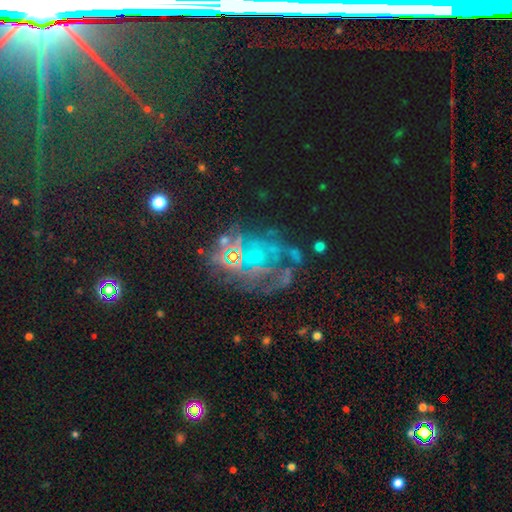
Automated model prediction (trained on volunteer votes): Smooth or featured: featured or disk — 54% (star or artifact — 30%)
Edge-on disk: no — 97% (yes — 3%)
Bar: no — 76% (weak — 18%)
Spiral arms: yes — 54% (no — 46%)
Bulge size: small — 34% (none — 31%)
Merging: none — 45% (major disturbance — 28%)